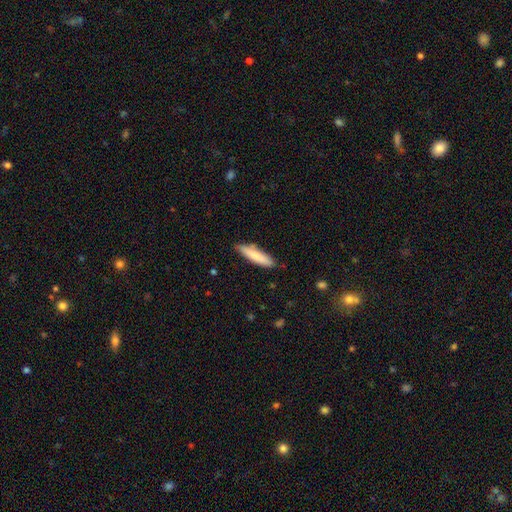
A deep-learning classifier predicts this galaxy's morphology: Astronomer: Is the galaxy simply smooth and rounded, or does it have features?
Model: smooth — 80%.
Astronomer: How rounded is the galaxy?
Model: cigar-shaped — 77%.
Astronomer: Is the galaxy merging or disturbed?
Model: none — 82%.